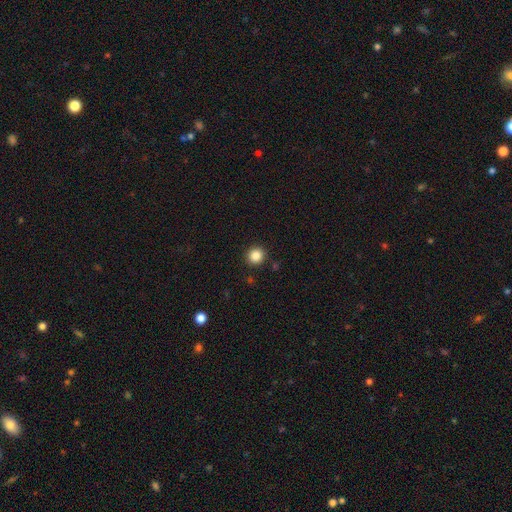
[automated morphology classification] Overall: smooth (86%). How rounded: round (93%). Merging: none (91%).